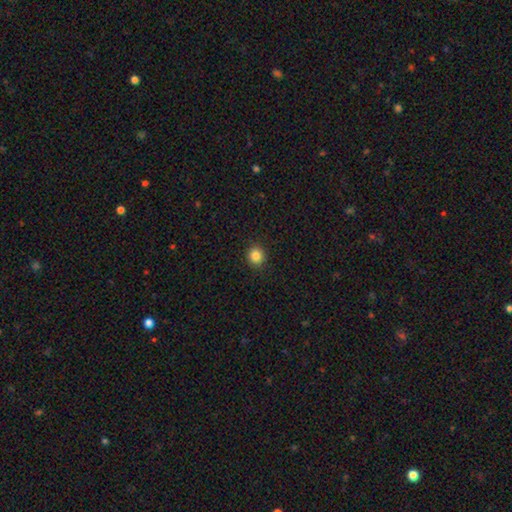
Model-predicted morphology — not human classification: This is clearly a smooth galaxy (85%). How rounded: clearly round (87%). Merging: clearly none (91%).